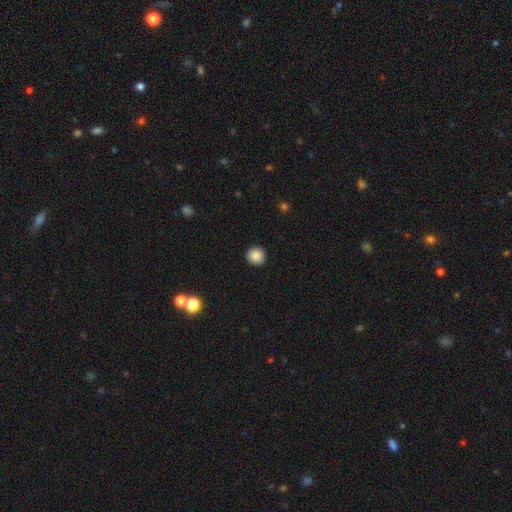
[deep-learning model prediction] smooth-or-featured: smooth: 87% | star or artifact: 9% | featured or disk: 4%
  how-rounded: round: 92% | in between: 7% | cigar-shaped: 1%
  merging: none: 91% | minor disturbance: 6% | major disturbance: 2% | merger: 1%